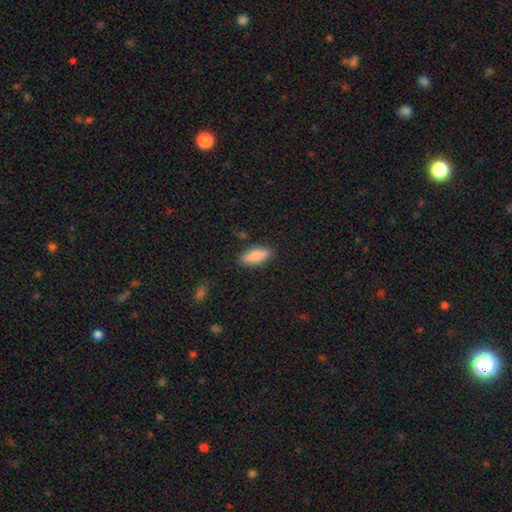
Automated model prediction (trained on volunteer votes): smooth-or-featured: smooth: 85% | featured or disk: 9% | star or artifact: 6%
  how-rounded: in between: 73% | cigar-shaped: 25% | round: 2%
  merging: none: 85% | minor disturbance: 11% | major disturbance: 3% | merger: 2%